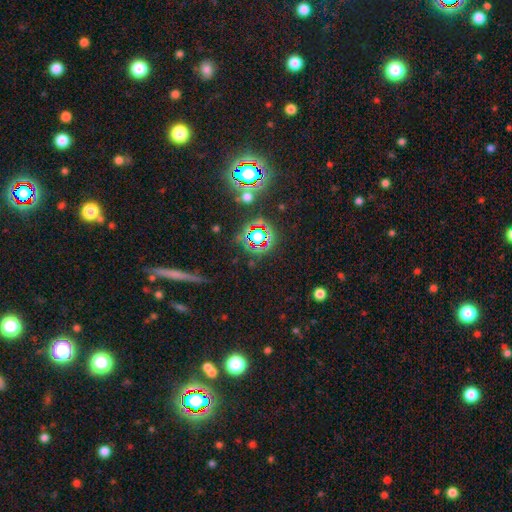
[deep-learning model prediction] The model was most divided on "smooth or featured": star or artifact: 70%, smooth: 18%, featured or disk: 12%.